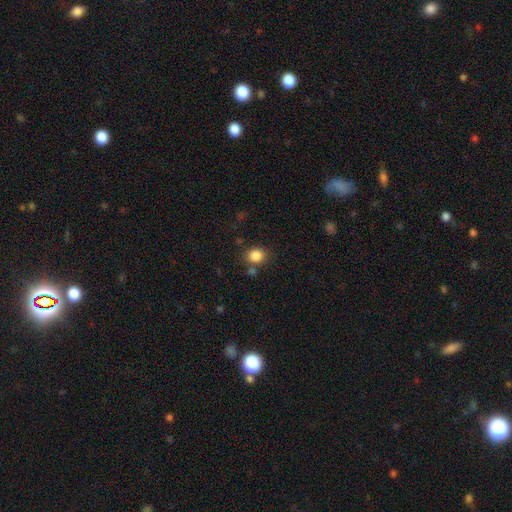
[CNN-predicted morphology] The model was most divided on "how rounded": round: 66%, in between: 33%, cigar-shaped: 1%. More confident: smooth or featured — smooth (85%); merging — none (76%).